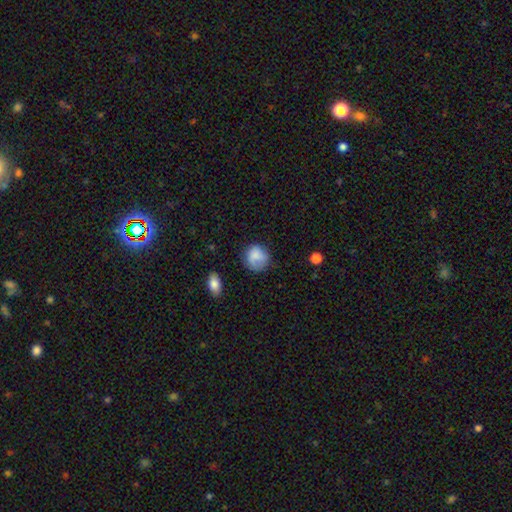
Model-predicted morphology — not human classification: smooth-or-featured: smooth: 81% | featured or disk: 11% | star or artifact: 8%
  how-rounded: round: 80% | in between: 19% | cigar-shaped: 1%
  merging: none: 62% | minor disturbance: 26% | major disturbance: 9% | merger: 2%